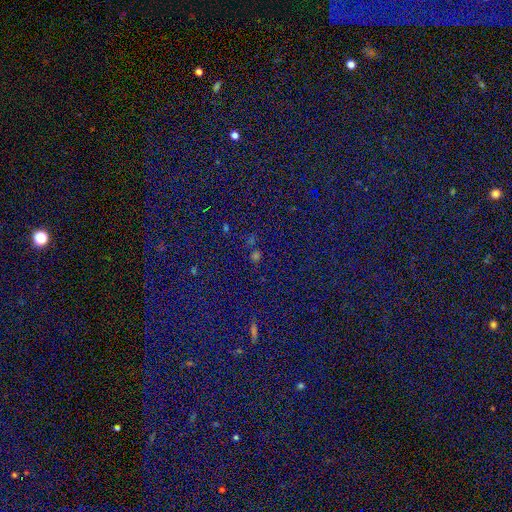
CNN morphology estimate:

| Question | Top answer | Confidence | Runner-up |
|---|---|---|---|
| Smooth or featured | star or artifact | 61% | smooth (30%) |